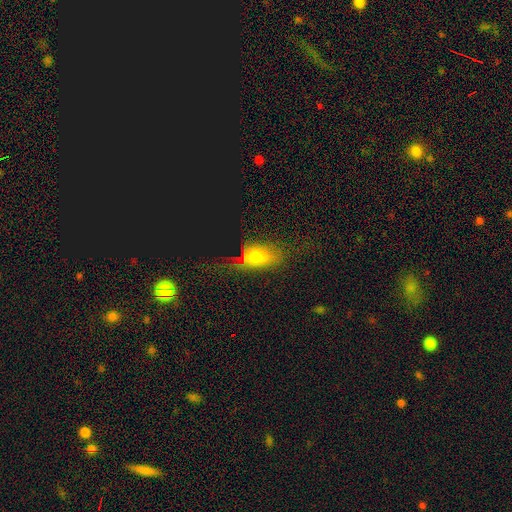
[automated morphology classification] smooth-or-featured: smooth: 60% | featured or disk: 23% | star or artifact: 17%
  how-rounded: in between: 80% | round: 14% | cigar-shaped: 7%
  merging: major disturbance: 36% | none: 35% | minor disturbance: 25% | merger: 4%